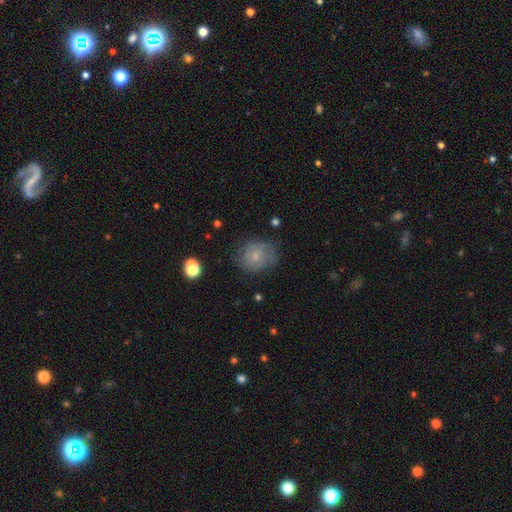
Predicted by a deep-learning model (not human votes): Smooth or featured? Predicted: smooth (p=0.60). How rounded? Predicted: round (p=0.71). Merging? Predicted: none (p=0.65).